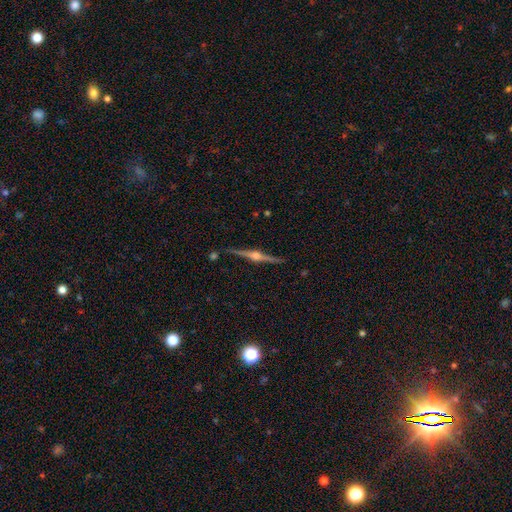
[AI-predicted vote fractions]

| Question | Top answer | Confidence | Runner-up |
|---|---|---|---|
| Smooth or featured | featured or disk | 88% | smooth (7%) |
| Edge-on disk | yes | 99% | no (1%) |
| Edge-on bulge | rounded | 93% | boxy (5%) |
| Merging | none | 90% | minor disturbance (7%) |